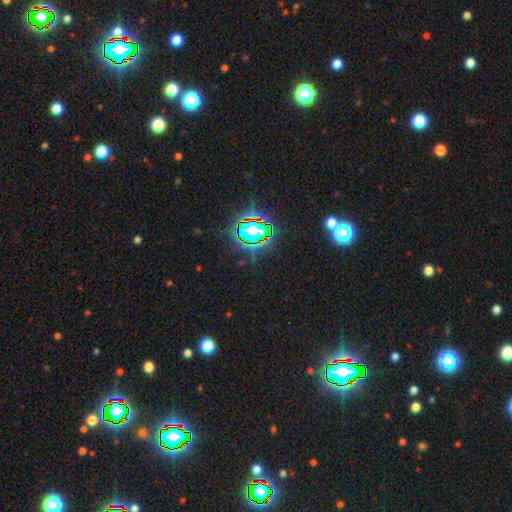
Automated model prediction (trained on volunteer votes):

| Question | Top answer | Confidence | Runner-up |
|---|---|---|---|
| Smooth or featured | star or artifact | 82% | smooth (11%) |